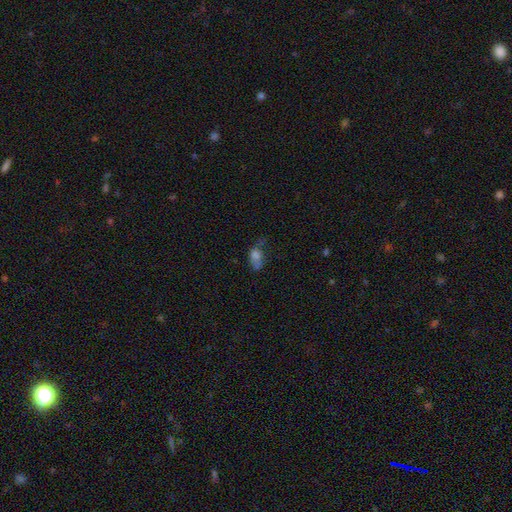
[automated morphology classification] Smooth or featured: smooth — 61% (featured or disk — 23%)
How rounded: in between — 80% (round — 14%)
Merging: major disturbance — 35% (none — 32%)